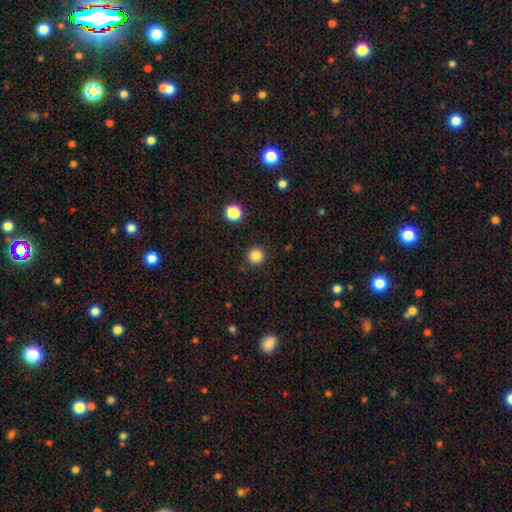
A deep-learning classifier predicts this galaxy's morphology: A smooth galaxy with no disk features (84%) that is round (95%). Merging: none (91%).